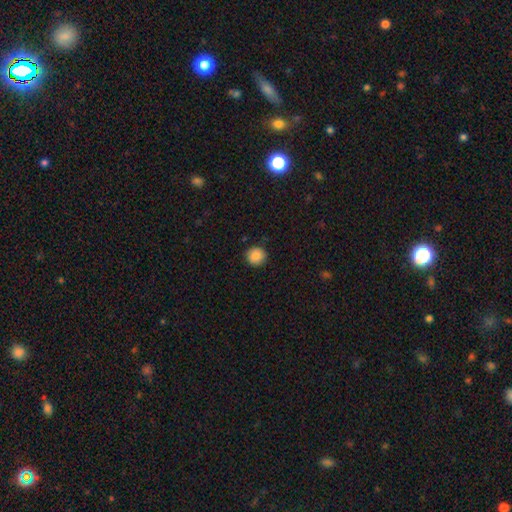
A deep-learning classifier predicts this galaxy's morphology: Smooth or featured? smooth (88%)
How rounded? round (93%)
Merging? none (90%)